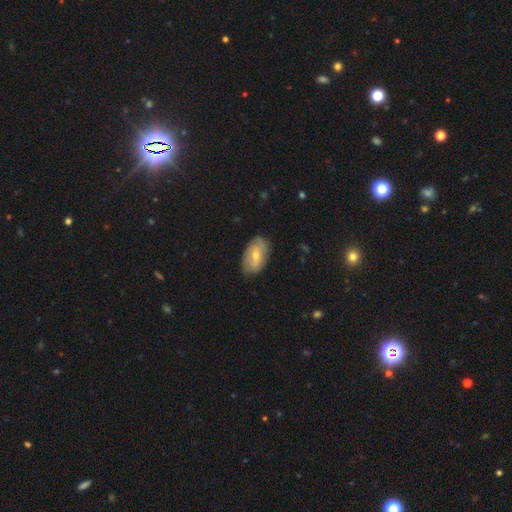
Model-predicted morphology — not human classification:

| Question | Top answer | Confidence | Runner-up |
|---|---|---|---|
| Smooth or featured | smooth | 52% | featured or disk (41%) |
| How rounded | in between | 92% | round (6%) |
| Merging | none | 75% | minor disturbance (19%) |